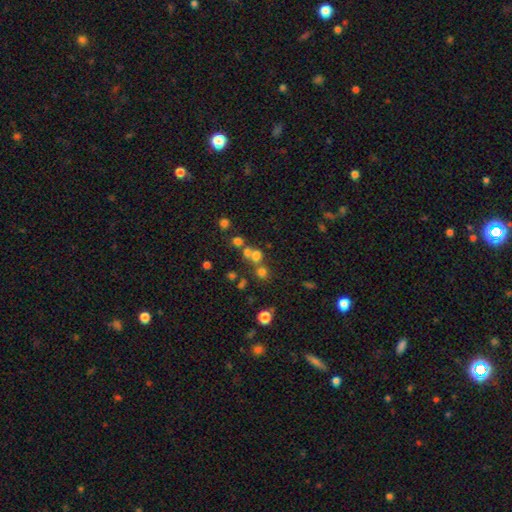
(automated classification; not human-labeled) Smooth or featured: smooth — 62% (star or artifact — 25%)
How rounded: round — 82% (in between — 17%)
Merging: none — 50% (merger — 38%)